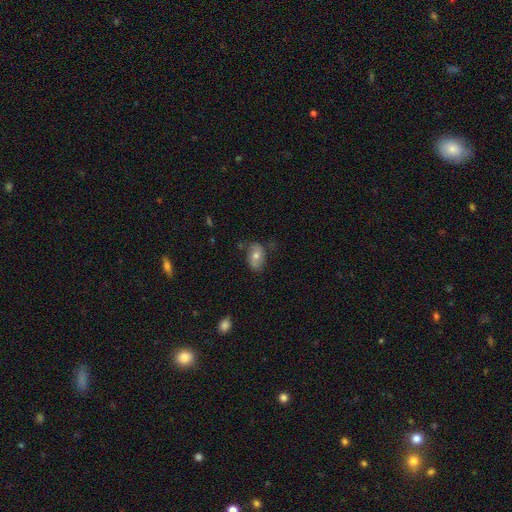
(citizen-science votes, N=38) Smooth or featured: smooth — 74% (featured or disk — 21%)
How rounded: in between — 79% (round — 21%)
Merging: none — 69% (minor disturbance — 22%)